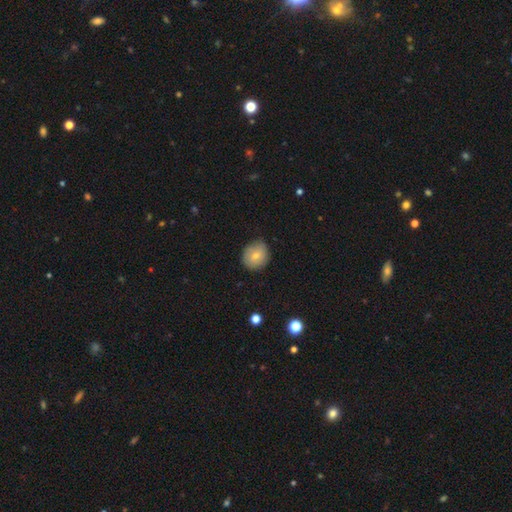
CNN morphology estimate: smooth-or-featured: smooth: 74% | featured or disk: 18% | star or artifact: 9%
  how-rounded: round: 79% | in between: 20% | cigar-shaped: 1%
  merging: none: 78% | minor disturbance: 18% | major disturbance: 3% | merger: 1%